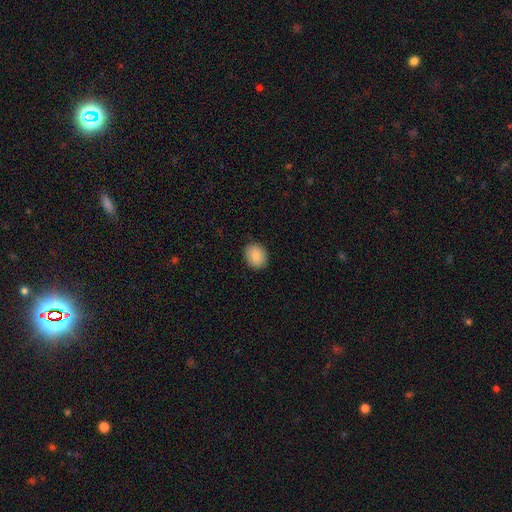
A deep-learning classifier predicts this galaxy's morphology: Q: Smooth or featured?
A: smooth (87%); runner-up: star or artifact (7%)
Q: How rounded?
A: round (60%); runner-up: in between (39%)
Q: Merging?
A: none (89%); runner-up: minor disturbance (8%)